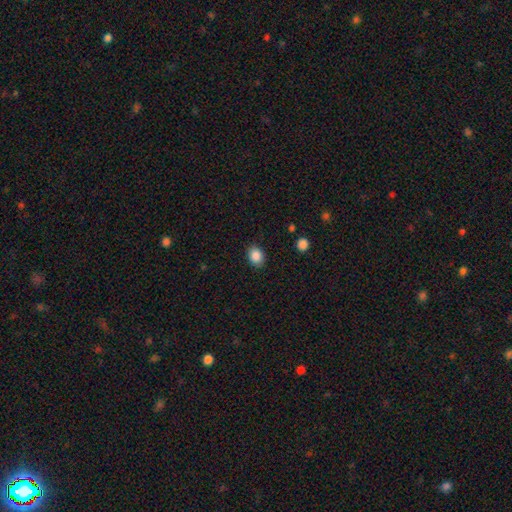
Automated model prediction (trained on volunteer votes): Q: Smooth or featured?
A: smooth (87%); runner-up: star or artifact (9%)
Q: How rounded?
A: in between (55%); runner-up: round (44%)
Q: Merging?
A: none (86%); runner-up: minor disturbance (10%)